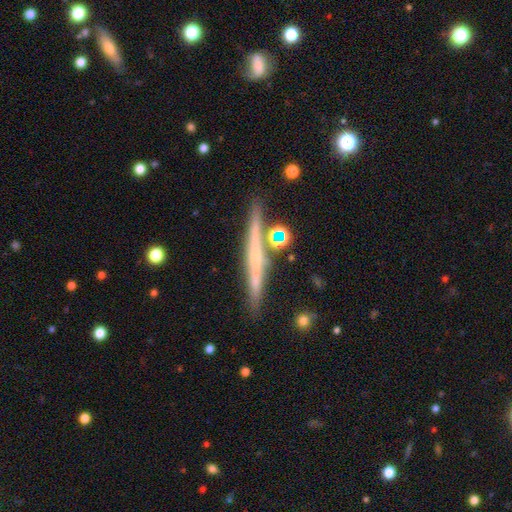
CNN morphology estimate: A featured or disk galaxy (65%) viewed edge-on (96%) with no central bulge (56%).

Vote fractions:
- Smooth or featured? featured or disk: 65% / smooth: 27% / star or artifact: 8%
- Edge-on disk? yes: 96% / no: 4%
- Edge-on bulge? none: 56% / rounded: 37% / boxy: 7%
- Merging? none: 78% / minor disturbance: 10% / merger: 9% / major disturbance: 3%